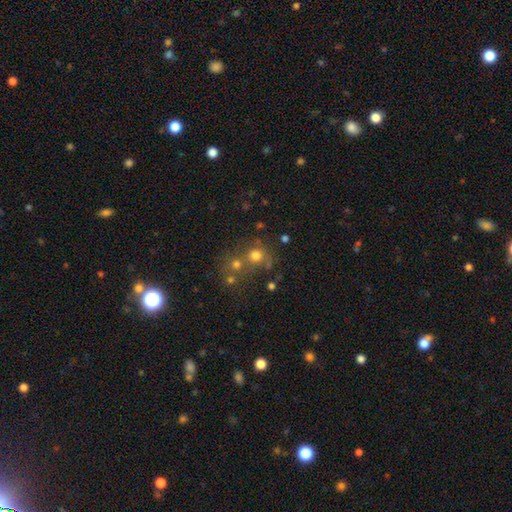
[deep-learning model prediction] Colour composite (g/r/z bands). It shows a smooth galaxy with no disk features (68%) that is round (86%). Merging: none (48%).